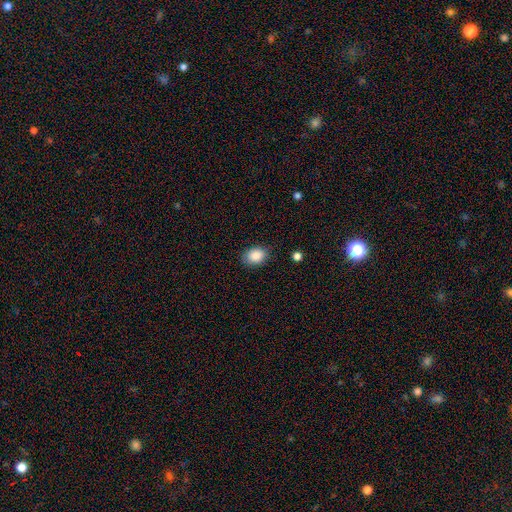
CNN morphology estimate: Smooth or featured?
  - smooth: 88% *
  - star or artifact: 8%
  - featured or disk: 4%
How rounded?
  - in between: 72% *
  - round: 27%
  - cigar-shaped: 1%
Merging?
  - none: 83% *
  - minor disturbance: 13%
  - major disturbance: 3%
  - merger: 1%